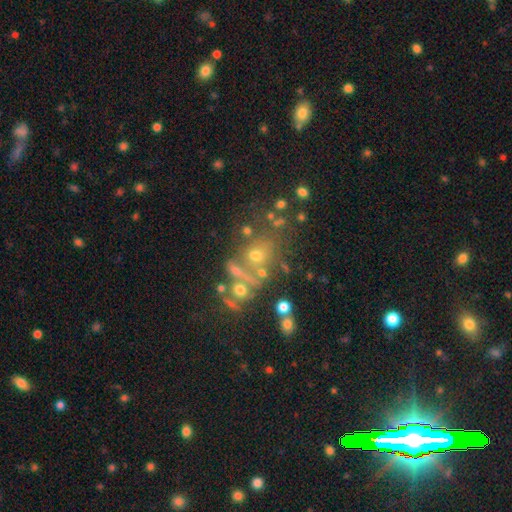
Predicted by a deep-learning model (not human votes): Smooth or featured? Predicted: star or artifact (p=0.48).